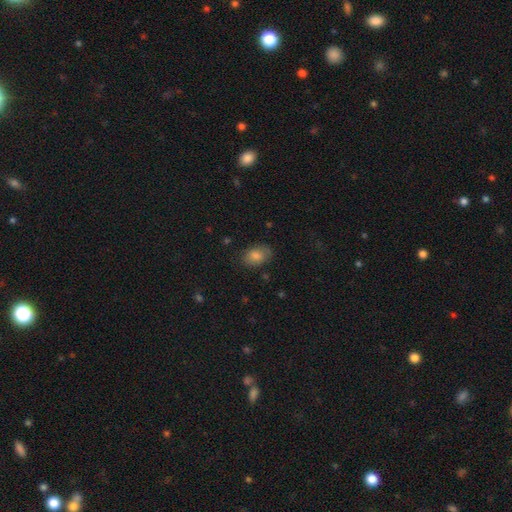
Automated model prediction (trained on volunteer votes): This appears to be a smooth galaxy with no disk features (80%) that is in between round and cigar-shaped (85%). Merging: none (80%).